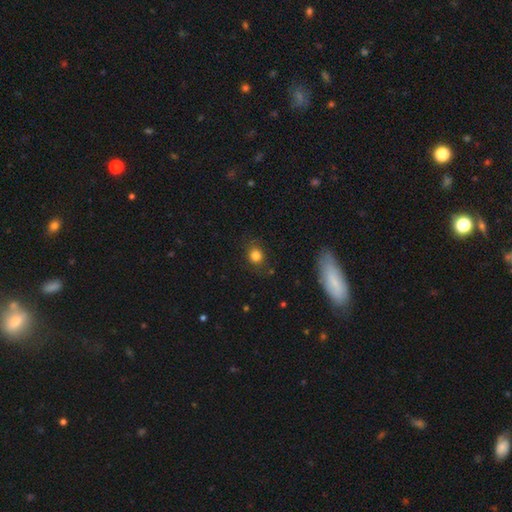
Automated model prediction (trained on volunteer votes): smooth-or-featured: smooth: 81% | star or artifact: 12% | featured or disk: 7%
  how-rounded: round: 77% | in between: 22% | cigar-shaped: 1%
  merging: none: 82% | minor disturbance: 13% | major disturbance: 4% | merger: 2%